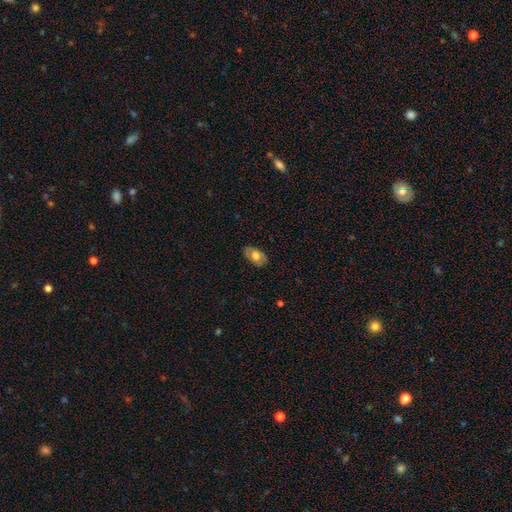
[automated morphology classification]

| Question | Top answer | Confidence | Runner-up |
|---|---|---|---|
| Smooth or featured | smooth | 65% | featured or disk (28%) |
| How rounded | in between | 91% | round (7%) |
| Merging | none | 82% | minor disturbance (14%) |